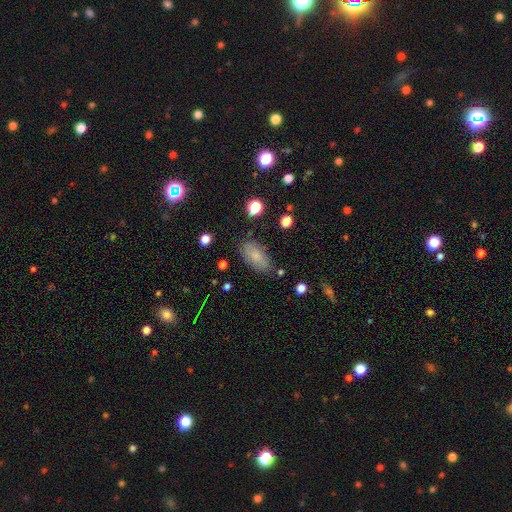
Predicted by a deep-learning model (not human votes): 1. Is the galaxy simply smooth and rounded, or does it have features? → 78% smooth, 13% featured or disk, 9% star or artifact.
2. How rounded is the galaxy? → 91% in between, 5% cigar-shaped, 4% round.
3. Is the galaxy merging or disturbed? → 79% none, 14% minor disturbance, 4% major disturbance, 2% merger.